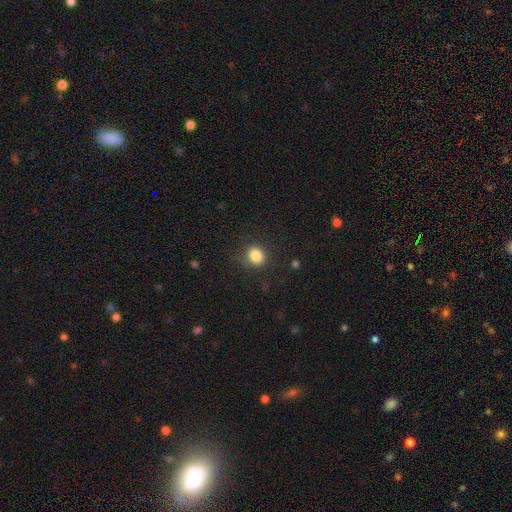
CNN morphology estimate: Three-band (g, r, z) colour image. It shows a smooth galaxy with no disk features (84%) that is round (60%). Merging: none (81%).